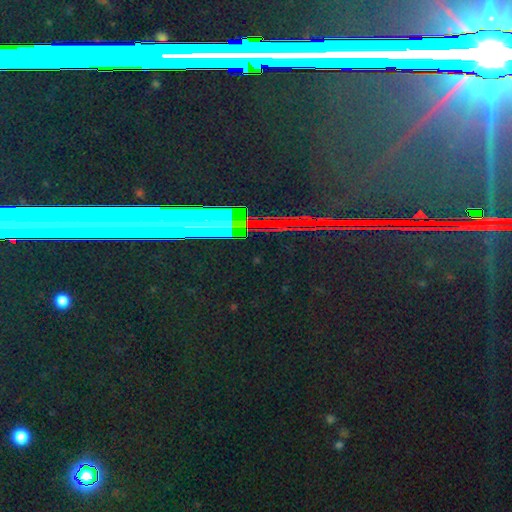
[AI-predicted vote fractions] A star or artifact, not a galaxy (83%).

Vote fractions:
- Smooth or featured? star or artifact: 83% / featured or disk: 9% / smooth: 8%